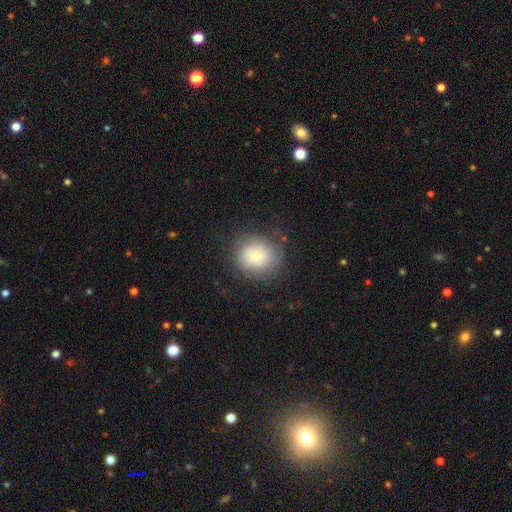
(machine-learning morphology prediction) Q: Smooth or featured?
A: smooth (74%); runner-up: featured or disk (16%)
Q: How rounded?
A: round (79%); runner-up: in between (20%)
Q: Merging?
A: none (75%); runner-up: minor disturbance (16%)